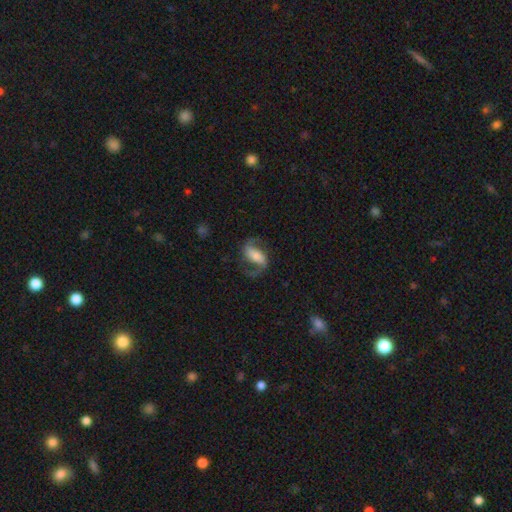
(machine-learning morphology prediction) A featured or disk galaxy (78%) with a strong bar (40%), 2 (91%) loose (54%) spiral arms (95%) and a moderate central bulge (34%).

Vote fractions:
- Smooth or featured? featured or disk: 78% / smooth: 16% / star or artifact: 6%
- Edge-on disk? no: 96% / yes: 4%
- Bar? strong: 40% / weak: 34% / no: 26%
- Spiral arms? yes: 95% / no: 5%
- Spiral winding? loose: 54% / medium: 37% / tight: 9%
- Spiral arm count? 2: 91% / 1: 4% / can't tell: 2% / 3: 1% / 4: 1% / more than 4: 1%
- Bulge size? moderate: 34% / small: 31% / large: 19% / none: 11% / dominant: 4%
- Merging? none: 70% / minor disturbance: 15% / major disturbance: 13% / merger: 2%